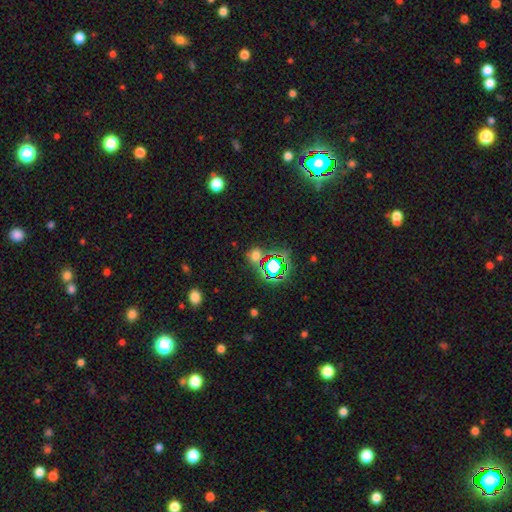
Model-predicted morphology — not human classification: Q: Smooth or featured?
A: smooth (48%); runner-up: star or artifact (45%)
Q: Merging?
A: none (73%); runner-up: minor disturbance (11%)